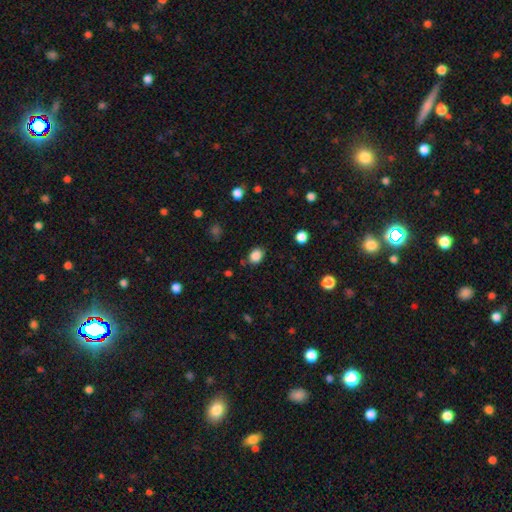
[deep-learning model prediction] smooth_or_featured: smooth (p=0.86) [alt: star or artifact p=0.11]
how_rounded: round (p=0.50) [alt: in between p=0.49]
merging: none (p=0.80) [alt: minor disturbance p=0.14]